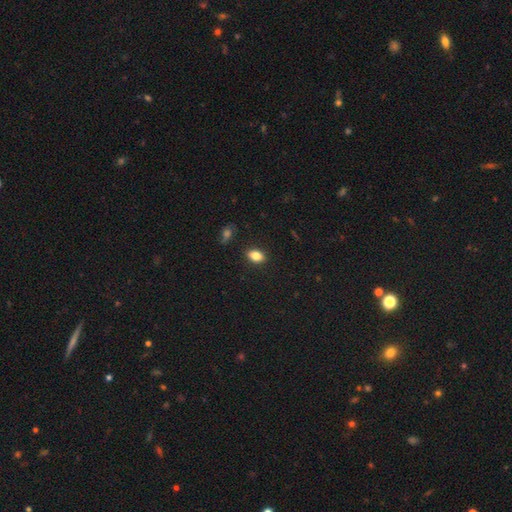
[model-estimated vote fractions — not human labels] smooth-or-featured: smooth: 82% | star or artifact: 10% | featured or disk: 8%
  how-rounded: in between: 78% | round: 20% | cigar-shaped: 2%
  merging: none: 88% | minor disturbance: 9% | major disturbance: 2% | merger: 1%